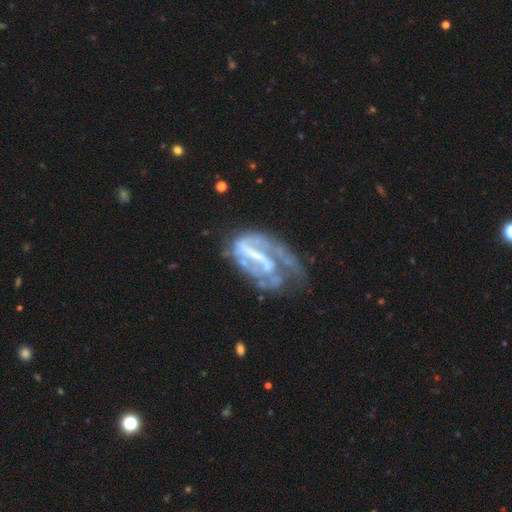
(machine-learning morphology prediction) Overall: featured or disk (79%). Edge-on disk: no (96%). Bar: strong (48%; weak 32%). Spiral arms: yes (67%; no 33%). Spiral arm count: 2 (39%; can't tell 28%). Spiral winding: medium (38%; tight 31%). Bulge size: none (42%; small 29%). Merging: major disturbance (39%; none 30%).